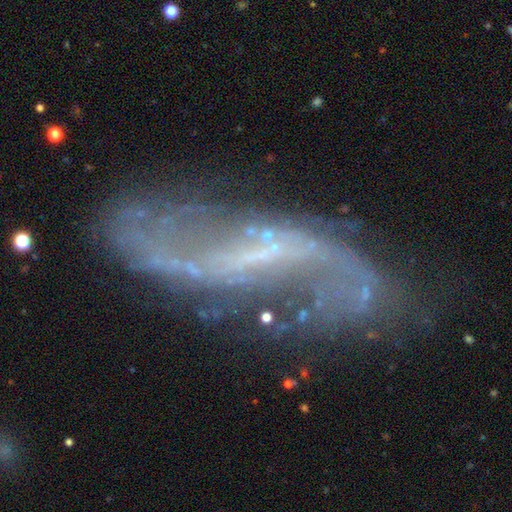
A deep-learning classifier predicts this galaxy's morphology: Smooth or featured?
  - featured or disk: 84% *
  - star or artifact: 10%
  - smooth: 6%
Edge-on disk?
  - no: 91% *
  - yes: 9%
Bar?
  - weak: 45% *
  - strong: 29%
  - no: 26%
Spiral arms?
  - yes: 94% *
  - no: 6%
Spiral winding?
  - loose: 76% *
  - medium: 18%
  - tight: 6%
Spiral arm count?
  - 2: 88% *
  - can't tell: 4%
  - 1: 3%
  - 3: 2%
  - 4: 1%
  - more than 4: 1%
Bulge size?
  - small: 51% *
  - none: 35%
  - moderate: 11%
  - large: 2%
  - dominant: 1%
Merging?
  - none: 69% *
  - minor disturbance: 16%
  - major disturbance: 10%
  - merger: 4%